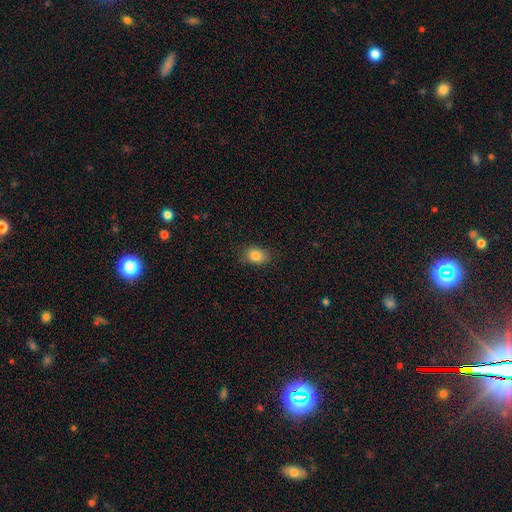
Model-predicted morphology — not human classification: smooth-or-featured: smooth: 84% | star or artifact: 9% | featured or disk: 7%
  how-rounded: in between: 74% | round: 25% | cigar-shaped: 1%
  merging: none: 82% | minor disturbance: 14% | major disturbance: 3% | merger: 1%